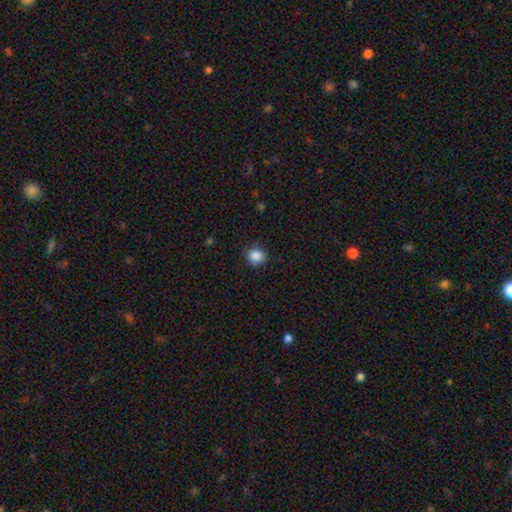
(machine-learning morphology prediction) type=smooth (87%); roundness=round (90%); merging=none (84%).